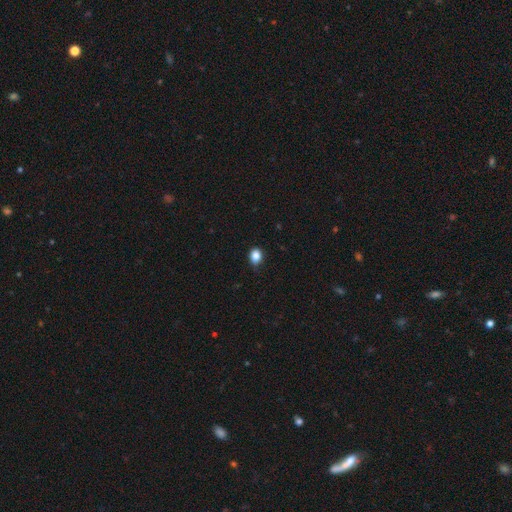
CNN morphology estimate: Smooth or featured? Predicted: smooth (p=0.86). How rounded? Predicted: in between (p=0.50). Merging? Predicted: none (p=0.76).